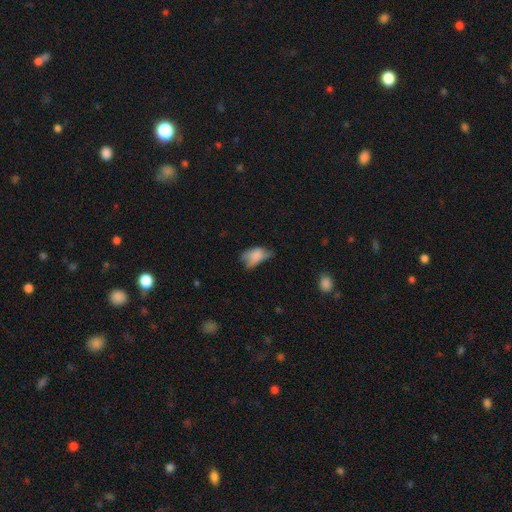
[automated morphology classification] The model was most divided on "merging": minor disturbance: 36%, major disturbance: 31%, none: 28%, merger: 5%. More confident: how rounded — in between (87%); smooth or featured — smooth (70%).